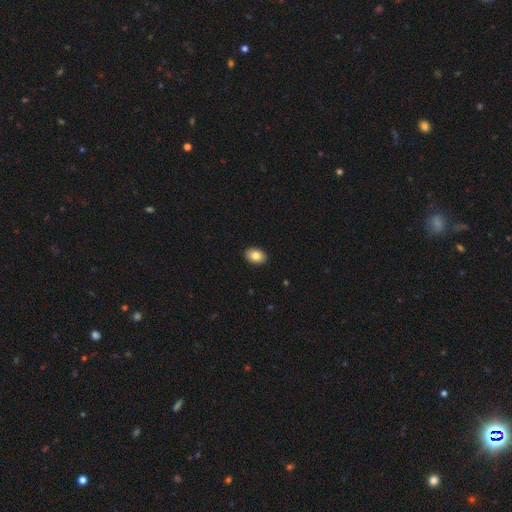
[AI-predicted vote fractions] Smooth or featured?
  - smooth: 83% *
  - featured or disk: 9%
  - star or artifact: 8%
How rounded?
  - in between: 80% *
  - round: 18%
  - cigar-shaped: 1%
Merging?
  - none: 91% *
  - minor disturbance: 6%
  - major disturbance: 2%
  - merger: 1%